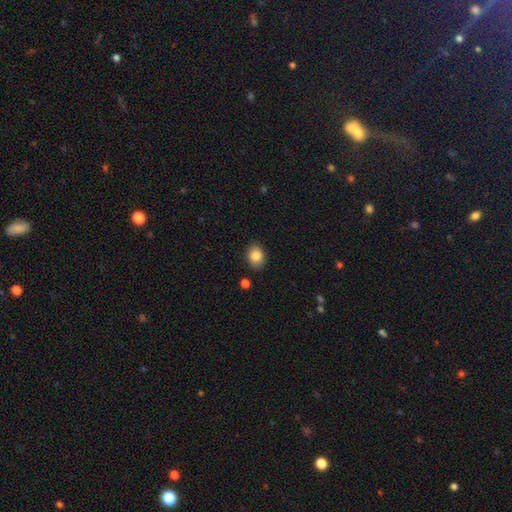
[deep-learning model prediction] Smooth or featured: smooth — 86% (star or artifact — 8%)
How rounded: in between — 63% (round — 37%)
Merging: none — 86% (minor disturbance — 10%)